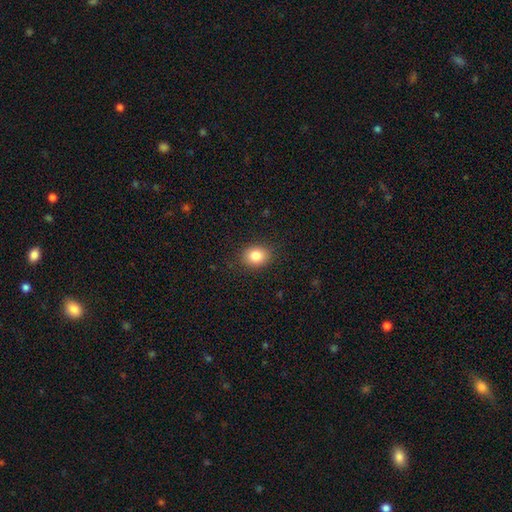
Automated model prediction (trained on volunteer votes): smooth-or-featured: smooth: 84% | star or artifact: 10% | featured or disk: 6%
  how-rounded: round: 52% | in between: 48% | cigar-shaped: 1%
  merging: none: 88% | minor disturbance: 9% | major disturbance: 3% | merger: 1%